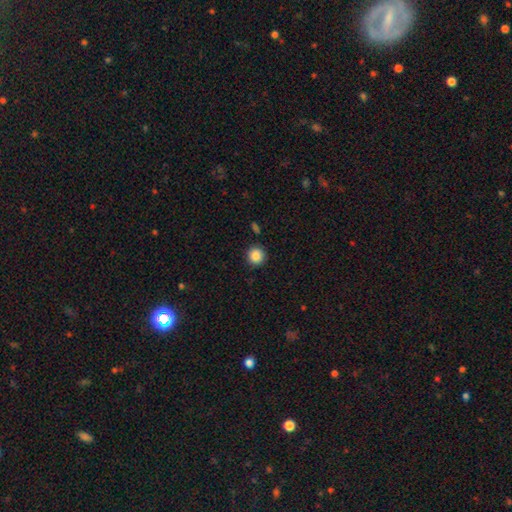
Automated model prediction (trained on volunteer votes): Smooth or featured? smooth (87%)
How rounded? round (94%)
Merging? none (89%)